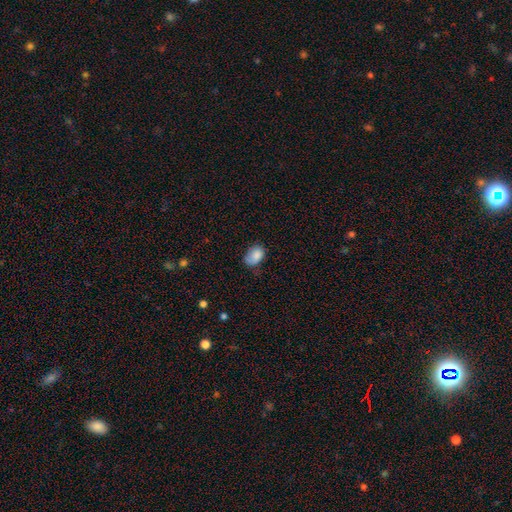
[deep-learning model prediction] The model was most divided on "merging": none: 57%, minor disturbance: 32%, major disturbance: 9%, merger: 2%. More confident: smooth or featured — smooth (84%); how rounded — in between (82%).